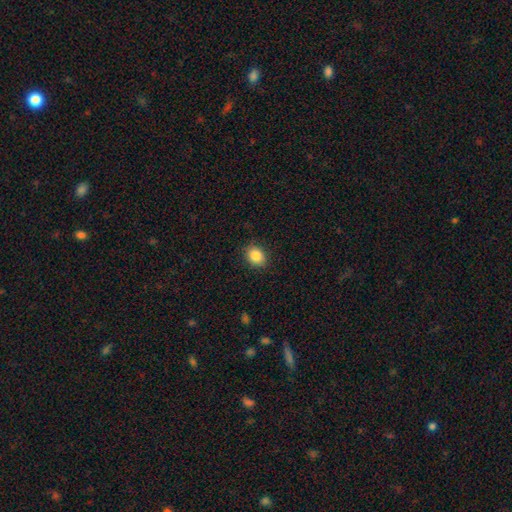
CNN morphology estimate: A smooth galaxy with no disk features (86%) that is in between round and cigar-shaped (52%).

Vote fractions:
- Smooth or featured? smooth: 86% / star or artifact: 9% / featured or disk: 5%
- How rounded? in between: 52% / round: 47% / cigar-shaped: 1%
- Merging? none: 87% / minor disturbance: 10% / major disturbance: 3% / merger: 1%